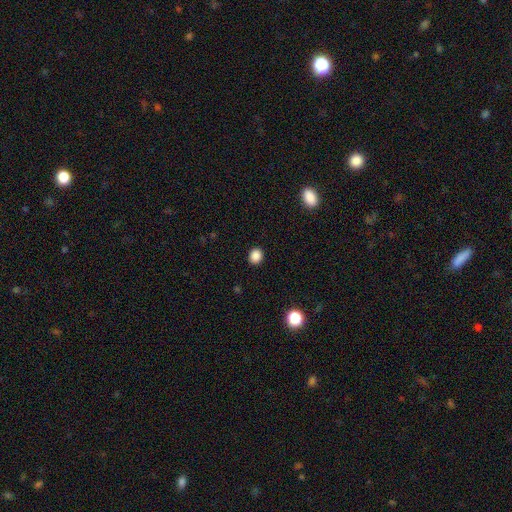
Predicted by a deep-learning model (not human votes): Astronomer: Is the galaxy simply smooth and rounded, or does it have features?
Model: smooth — 87%.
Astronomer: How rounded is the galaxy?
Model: round — 69%.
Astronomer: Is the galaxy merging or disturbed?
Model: none — 91%.